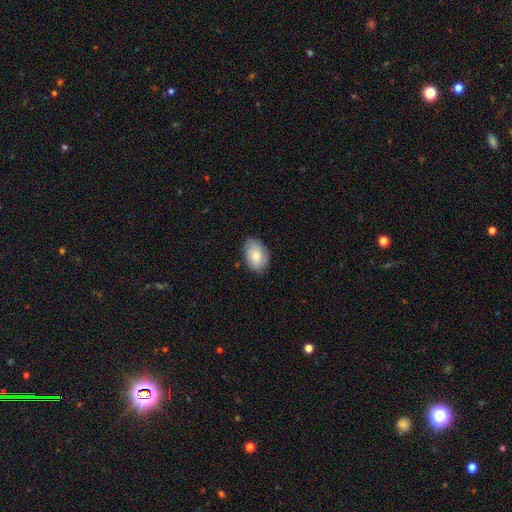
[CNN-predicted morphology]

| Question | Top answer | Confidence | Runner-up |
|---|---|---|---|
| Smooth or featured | smooth | 75% | featured or disk (18%) |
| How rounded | in between | 86% | round (13%) |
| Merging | none | 74% | minor disturbance (21%) |